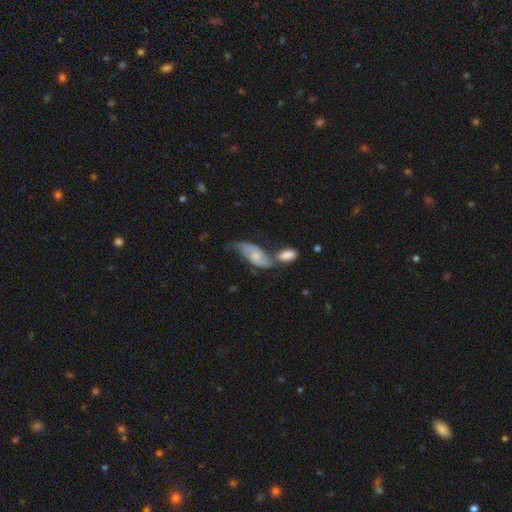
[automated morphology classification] smooth_or_featured: featured or disk (p=0.52) [alt: smooth p=0.41]
disk_edge_on: no (p=0.91) [alt: yes p=0.09]
merging: merger (p=0.45) [alt: none p=0.26]